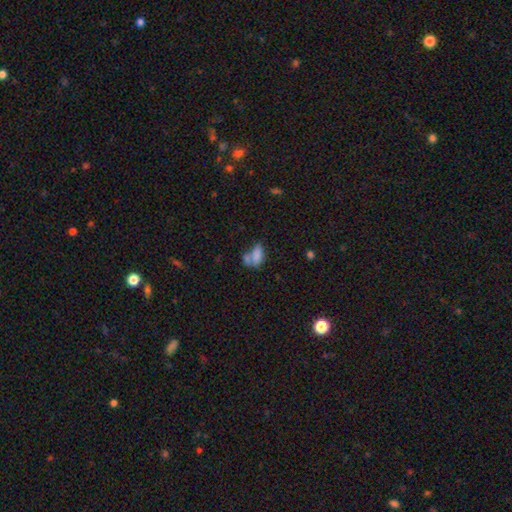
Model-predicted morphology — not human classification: Overall: smooth (78%). How rounded: in between (89%). Merging: merger (50%; none 27%).